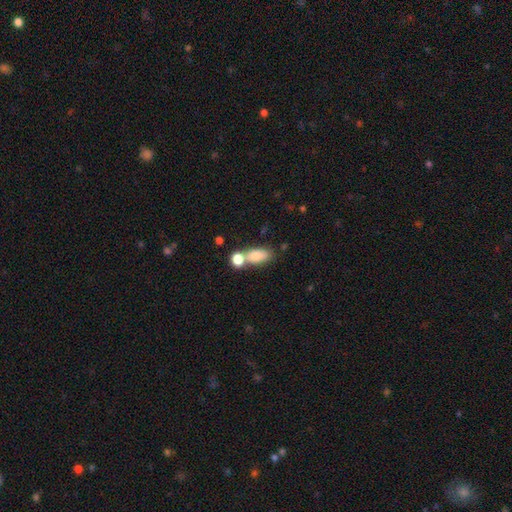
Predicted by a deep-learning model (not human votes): Q: Smooth or featured?
A: smooth (79%); runner-up: featured or disk (13%)
Q: How rounded?
A: in between (82%); runner-up: round (10%)
Q: Merging?
A: none (43%); runner-up: merger (41%)